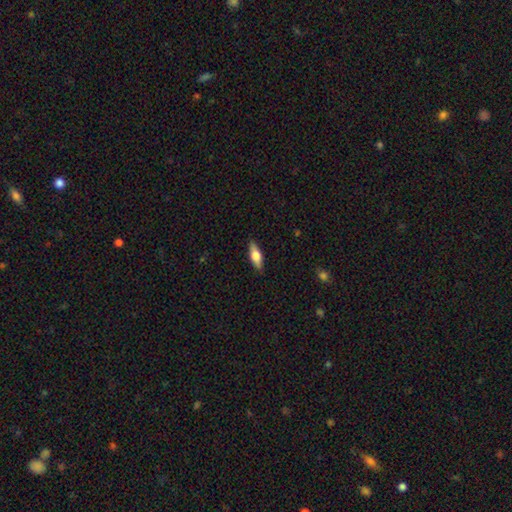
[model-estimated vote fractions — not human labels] smooth_or_featured: smooth (p=0.56) [alt: featured or disk p=0.38]
how_rounded: in between (p=0.59) [alt: cigar-shaped p=0.37]
merging: none (p=0.89) [alt: minor disturbance p=0.08]